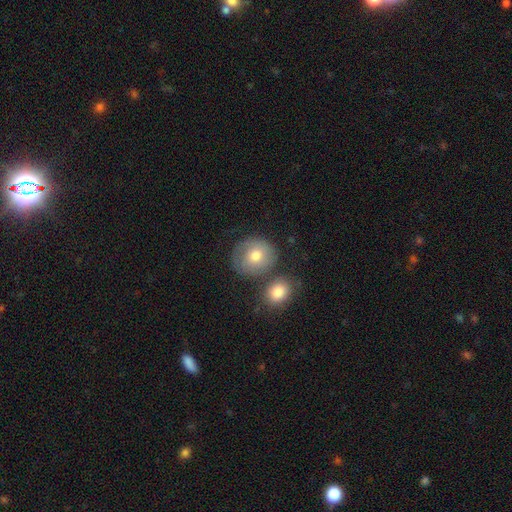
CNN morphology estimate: Smooth or featured?
  - smooth: 63% *
  - featured or disk: 29%
  - star or artifact: 8%
How rounded?
  - round: 78% *
  - in between: 21%
  - cigar-shaped: 1%
Merging?
  - none: 61% *
  - minor disturbance: 17%
  - merger: 16%
  - major disturbance: 6%